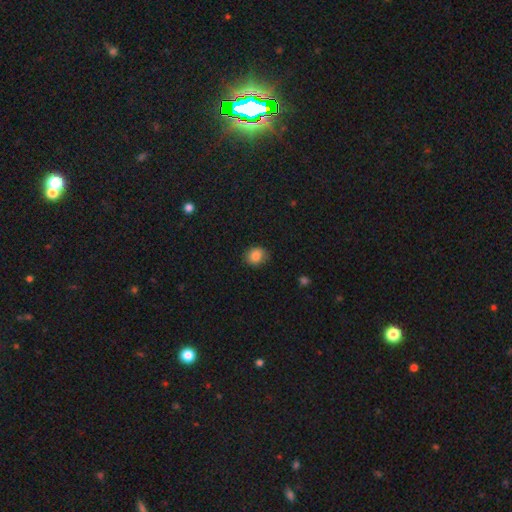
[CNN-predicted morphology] smooth_or_featured: smooth (p=0.85) [alt: star or artifact p=0.10]
how_rounded: round (p=0.69) [alt: in between p=0.30]
merging: none (p=0.83) [alt: minor disturbance p=0.13]